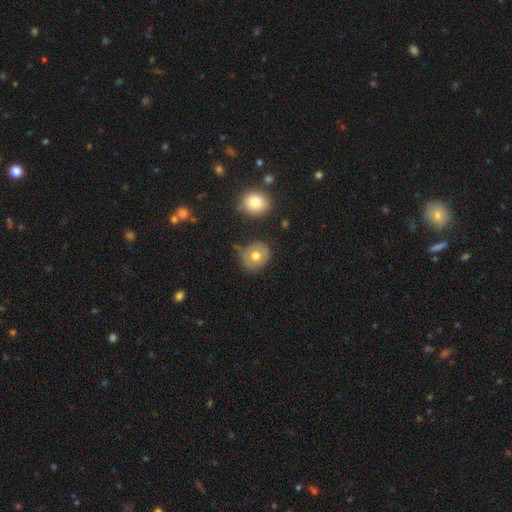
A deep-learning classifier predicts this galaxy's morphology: Q: Smooth or featured?
A: smooth (68%); runner-up: featured or disk (24%)
Q: How rounded?
A: round (78%); runner-up: in between (21%)
Q: Merging?
A: none (71%); runner-up: minor disturbance (18%)